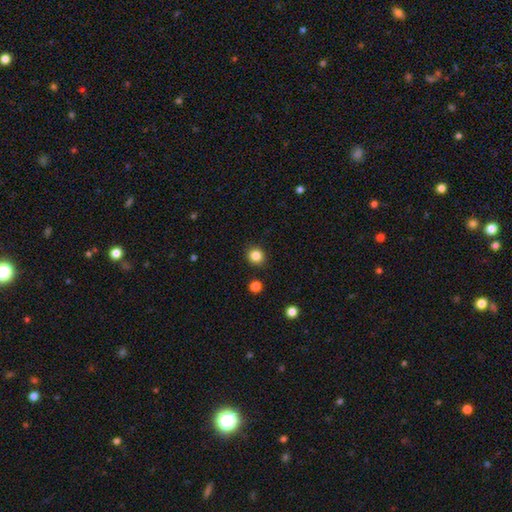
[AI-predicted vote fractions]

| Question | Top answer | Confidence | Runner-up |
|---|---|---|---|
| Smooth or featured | smooth | 85% | star or artifact (12%) |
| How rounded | round | 86% | in between (13%) |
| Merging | none | 90% | minor disturbance (6%) |